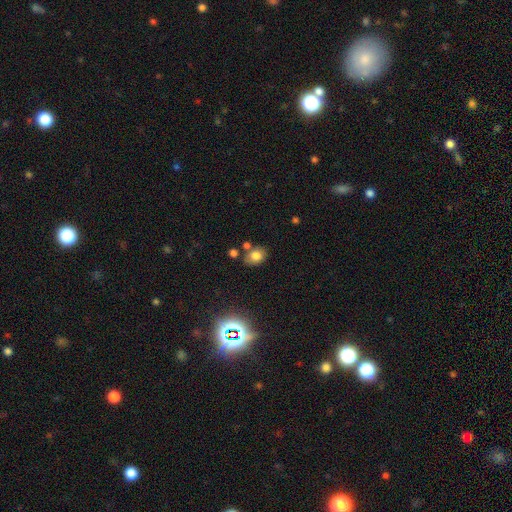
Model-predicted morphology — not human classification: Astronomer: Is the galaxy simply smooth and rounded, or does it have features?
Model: smooth — 76%.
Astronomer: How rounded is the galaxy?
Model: in between — 62%.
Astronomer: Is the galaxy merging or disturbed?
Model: none — 67%.